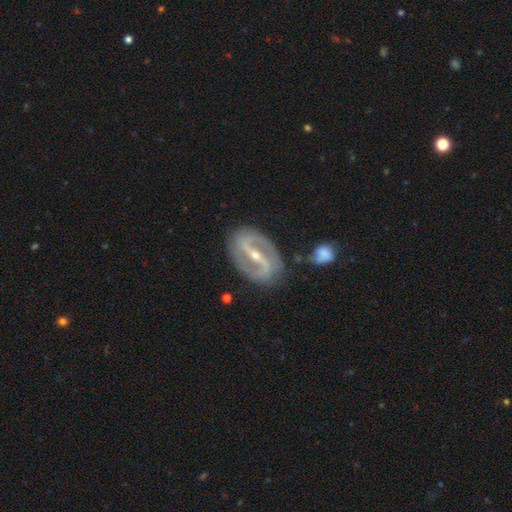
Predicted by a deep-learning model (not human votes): smooth-or-featured: featured or disk: 91% | smooth: 4% | star or artifact: 4%
  disk-edge-on: no: 96% | yes: 4%
    bar: strong: 73% | weak: 19% | no: 8%
    has-spiral-arms: yes: 95% | no: 5%
      spiral-winding: medium: 49% | tight: 29% | loose: 22%
      spiral-arm-count: 2: 93% | can't tell: 2% | 1: 1% | 3: 1% | 4: 1% | more than 4: 1%
    bulge-size: small: 64% | moderate: 33% | large: 1% | none: 1% | dominant: 1%
  merging: none: 82% | minor disturbance: 11% | major disturbance: 3% | merger: 3%